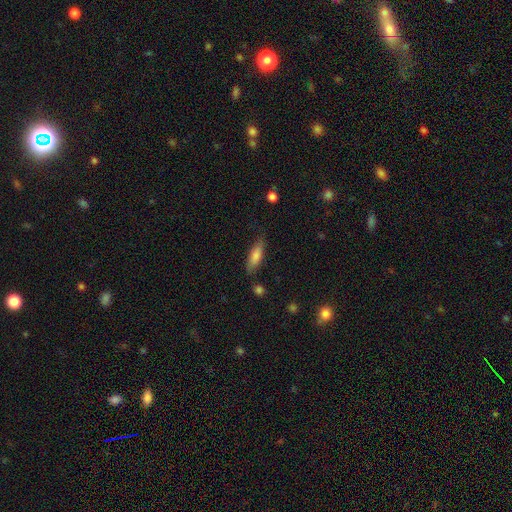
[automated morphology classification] Overall: smooth (78%). How rounded: in between (49%, tied with cigar-shaped). Merging: none (77%).